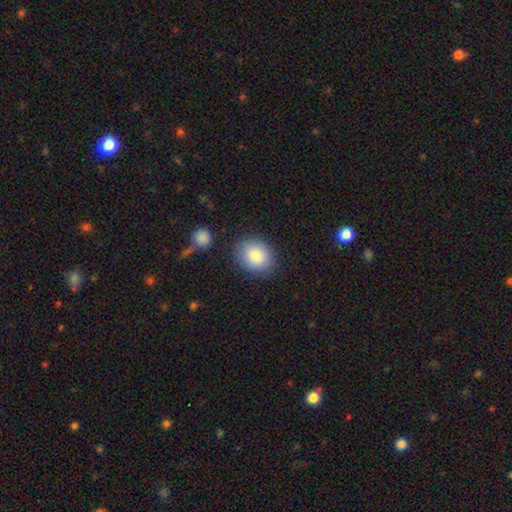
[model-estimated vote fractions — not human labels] Smooth or featured: smooth — 85% (star or artifact — 8%)
How rounded: round — 53% (in between — 46%)
Merging: none — 83% (minor disturbance — 11%)